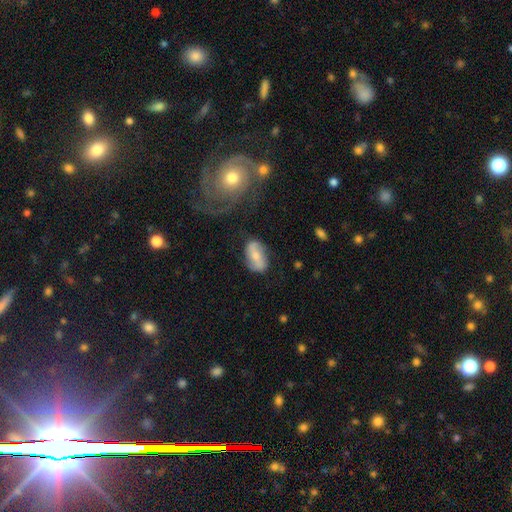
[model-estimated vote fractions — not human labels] smooth-or-featured: featured or disk: 49% | smooth: 44% | star or artifact: 7%
  merging: none: 72% | minor disturbance: 19% | major disturbance: 6% | merger: 3%